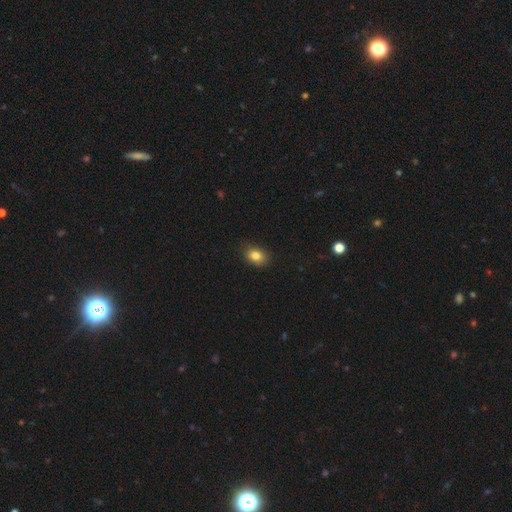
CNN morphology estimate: The model was most divided on "how rounded": in between: 61%, round: 38%, cigar-shaped: 1%. More confident: merging — none (83%); smooth or featured — smooth (83%).